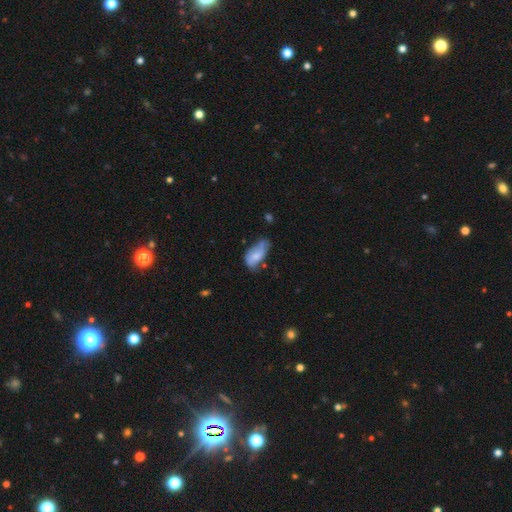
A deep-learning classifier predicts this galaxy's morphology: The model was most divided on "merging": minor disturbance: 41%, none: 36%, major disturbance: 17%, merger: 6%. More confident: how rounded — in between (91%); smooth or featured — smooth (66%).